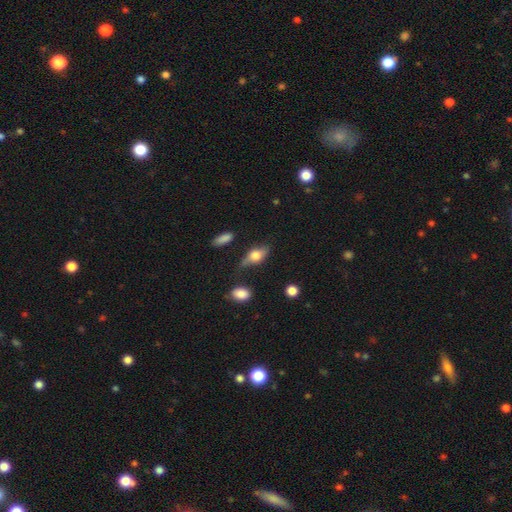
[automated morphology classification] A smooth galaxy with no disk features (57%) that is in between round and cigar-shaped (77%). Merging: none (66%).